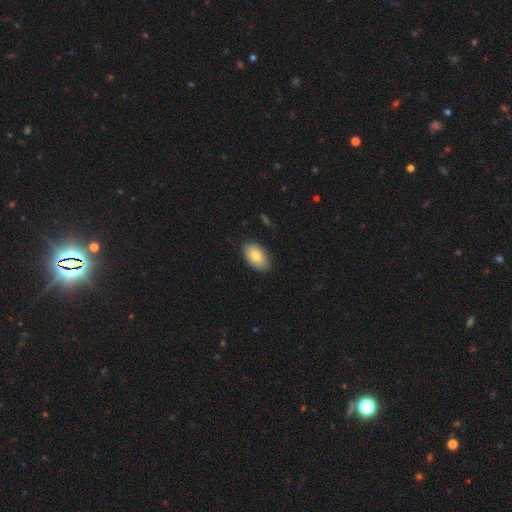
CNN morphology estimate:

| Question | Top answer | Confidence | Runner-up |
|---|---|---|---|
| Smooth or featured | smooth | 79% | featured or disk (15%) |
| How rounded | in between | 93% | round (6%) |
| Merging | none | 85% | minor disturbance (12%) |